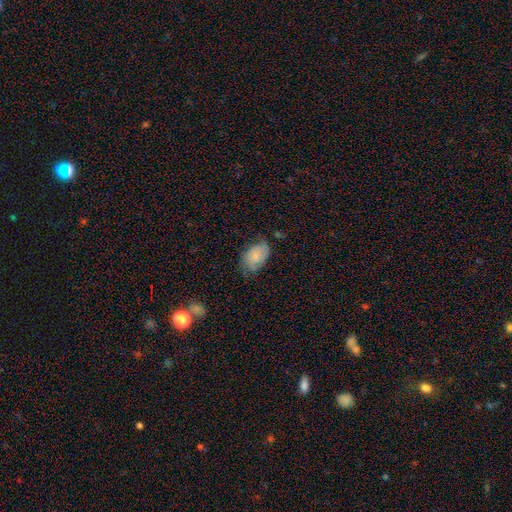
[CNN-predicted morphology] Overall: smooth (76%). How rounded: in between (91%). Merging: none (55%; minor disturbance 33%).